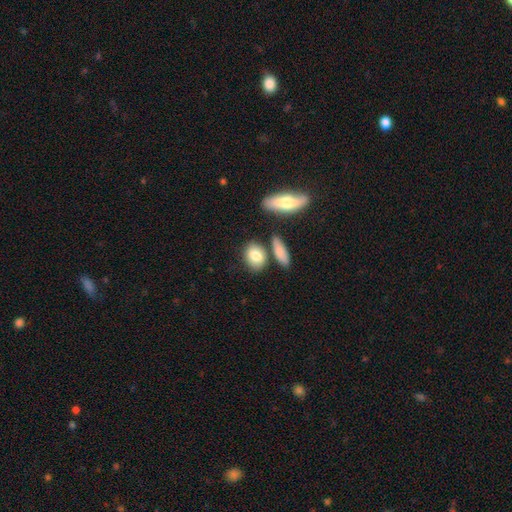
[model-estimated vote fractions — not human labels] Smooth or featured?
  - smooth: 81% *
  - featured or disk: 12%
  - star or artifact: 7%
How rounded?
  - in between: 71% *
  - round: 24%
  - cigar-shaped: 5%
Merging?
  - none: 67% *
  - minor disturbance: 15%
  - merger: 14%
  - major disturbance: 4%